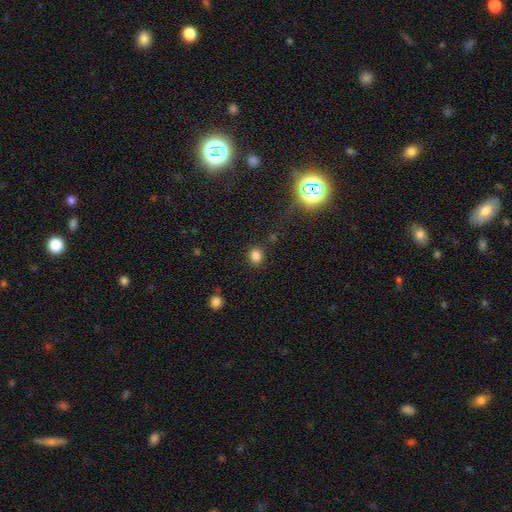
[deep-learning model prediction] Smooth or featured? Predicted: smooth (p=0.82). How rounded? Predicted: round (p=0.69). Merging? Predicted: none (p=0.84).